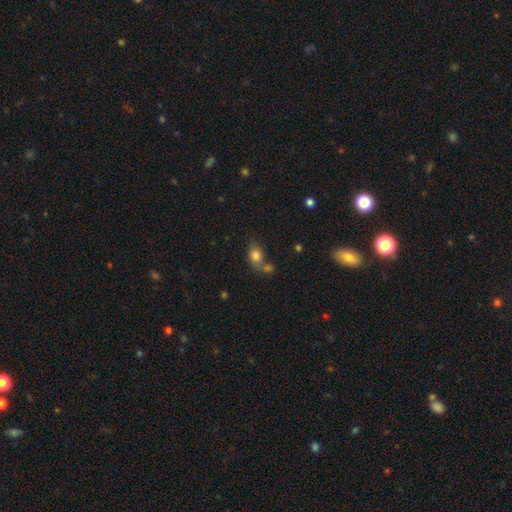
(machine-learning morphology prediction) Smooth or featured? Predicted: smooth (p=0.80). How rounded? Predicted: in between (p=0.64). Merging? Predicted: none (p=0.46).